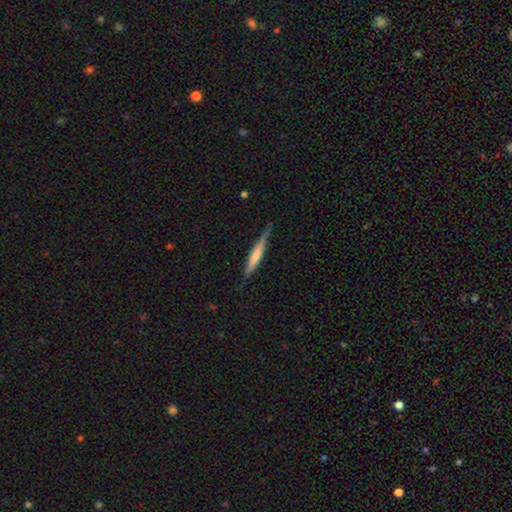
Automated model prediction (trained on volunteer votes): Morphology: type=smooth (53%); roundness=cigar-shaped (94%); merging=none (78%).